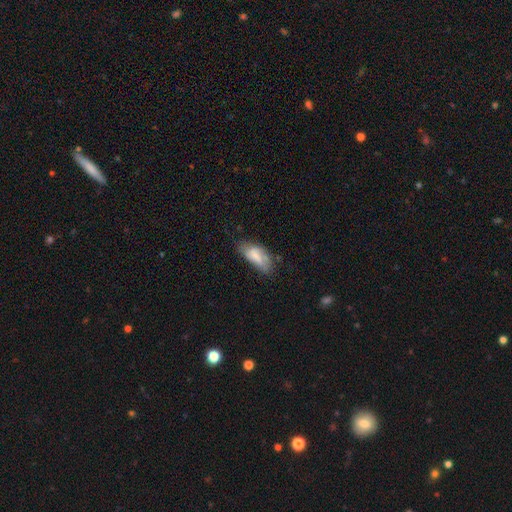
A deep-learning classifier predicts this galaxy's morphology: Smooth or featured: smooth — 73% (featured or disk — 19%)
How rounded: in between — 84% (cigar-shaped — 14%)
Merging: none — 44% (minor disturbance — 36%)